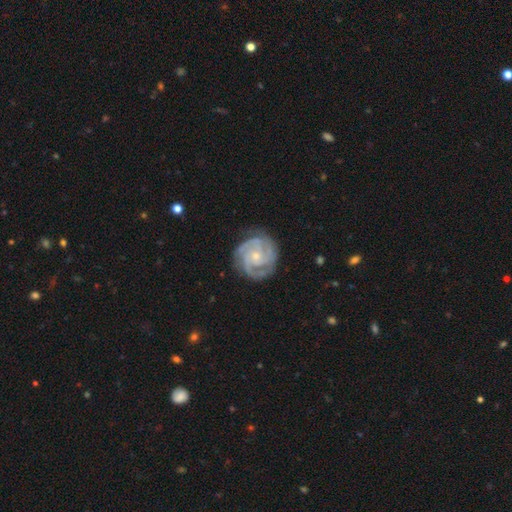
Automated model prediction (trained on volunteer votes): A featured or disk galaxy (91%) with no bar (71%), 3 (57%) tight (70%) spiral arms (98%) and a small central bulge (69%).

Vote fractions:
- Smooth or featured? featured or disk: 91% / smooth: 5% / star or artifact: 4%
- Edge-on disk? no: 98% / yes: 2%
- Bar? no: 71% / weak: 23% / strong: 5%
- Spiral arms? yes: 98% / no: 2%
- Spiral winding? tight: 70% / medium: 27% / loose: 3%
- Spiral arm count? 3: 57% / 2: 15% / 4: 11% / can't tell: 8% / more than 4: 4% / 1: 4%
- Bulge size? small: 69% / moderate: 27% / none: 2% / large: 1% / dominant: 1%
- Merging? none: 80% / minor disturbance: 15% / major disturbance: 4% / merger: 1%